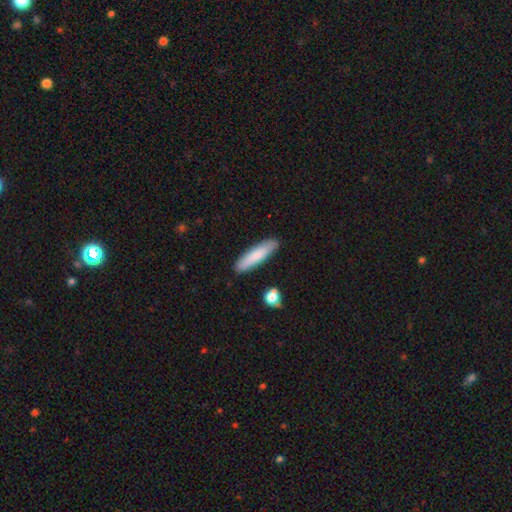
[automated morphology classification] Smooth or featured? smooth (80%)
How rounded? cigar-shaped (76%)
Merging? none (88%)